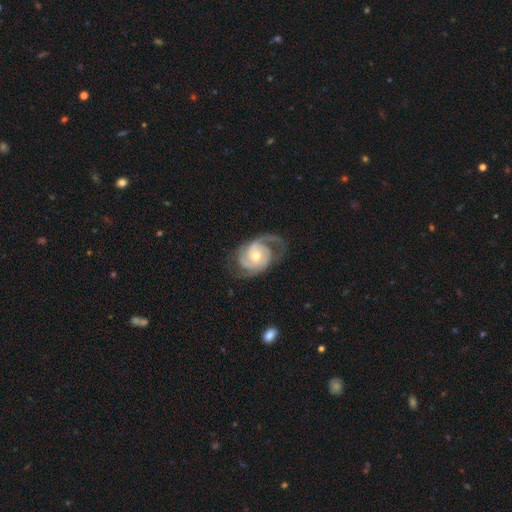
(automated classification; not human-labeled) Overall: featured or disk (88%). Edge-on disk: no (97%). Bar: no (68%). Spiral arms: yes (97%). Spiral arm count: 2 (55%; 3 21%). Spiral winding: tight (44%; medium 42%). Bulge size: moderate (61%; small 34%). Merging: none (64%).